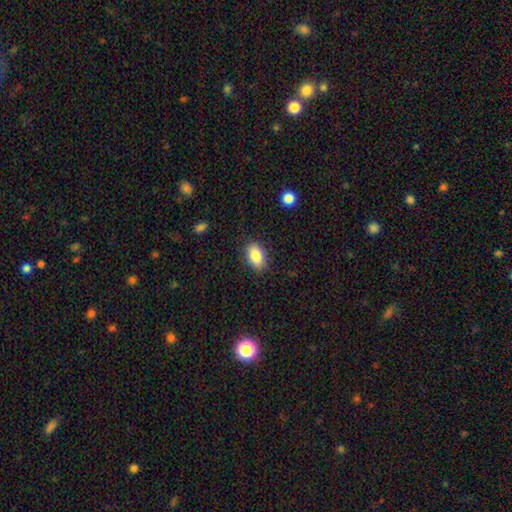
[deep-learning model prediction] Morphology: type=smooth (84%); roundness=in between (89%); merging=none (85%).